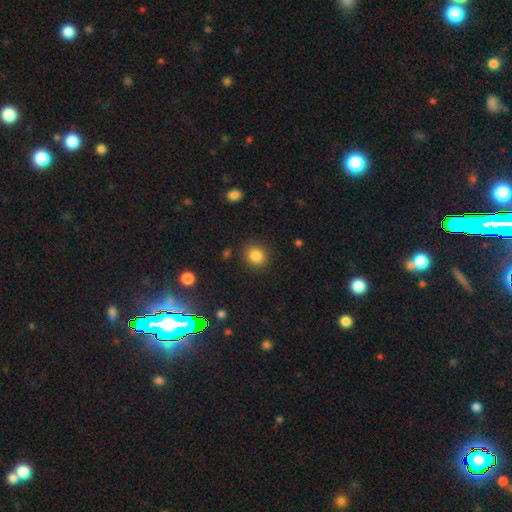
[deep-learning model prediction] smooth 85%, star or artifact 10%, featured or disk 5%. Down the decision tree: how rounded — round (82%); merging — none (89%).